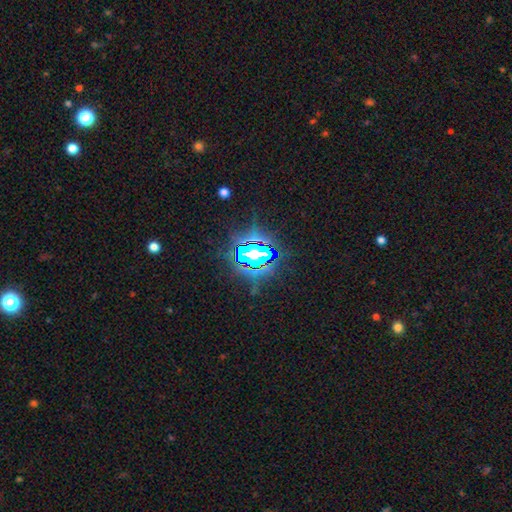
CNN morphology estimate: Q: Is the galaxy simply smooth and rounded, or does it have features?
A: star or artifact — 83%.